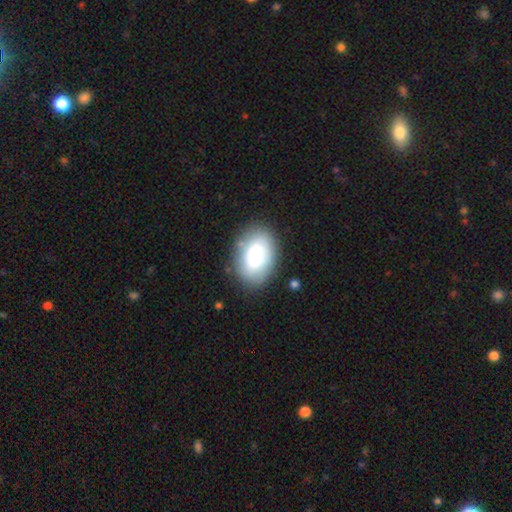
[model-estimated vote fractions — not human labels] Q: Smooth or featured?
A: smooth (76%); runner-up: featured or disk (16%)
Q: How rounded?
A: in between (88%); runner-up: round (11%)
Q: Merging?
A: none (78%); runner-up: minor disturbance (15%)